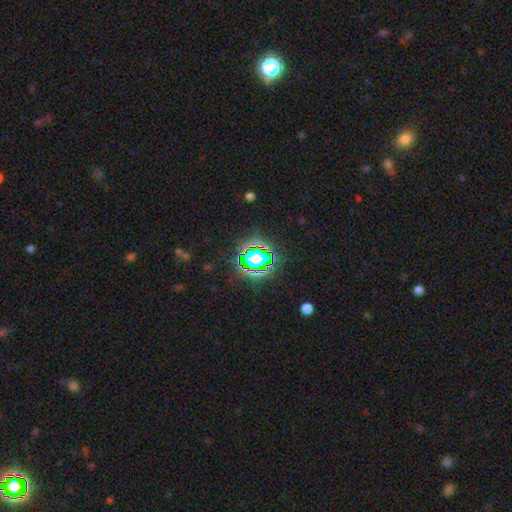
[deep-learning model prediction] Smooth or featured? star or artifact (65%)